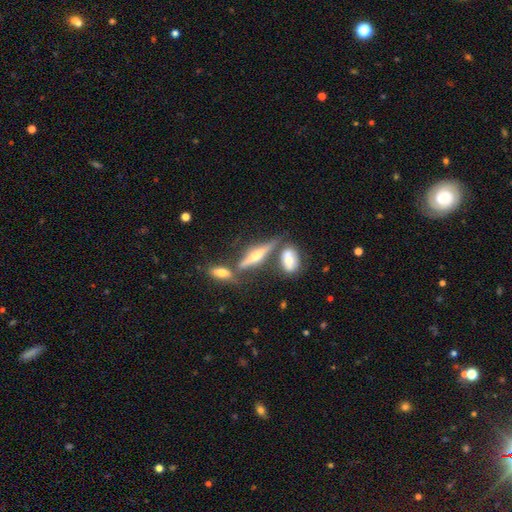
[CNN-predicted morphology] A featured or disk galaxy (69%) viewed edge-on (94%) with a rounded central bulge (90%). Merging: none (64%).